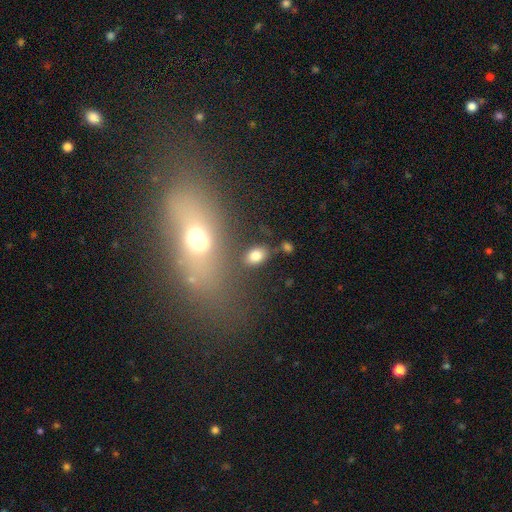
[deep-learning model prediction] smooth-or-featured: smooth: 78% | star or artifact: 11% | featured or disk: 10%
  how-rounded: in between: 83% | round: 15% | cigar-shaped: 2%
  merging: none: 76% | minor disturbance: 11% | merger: 8% | major disturbance: 5%